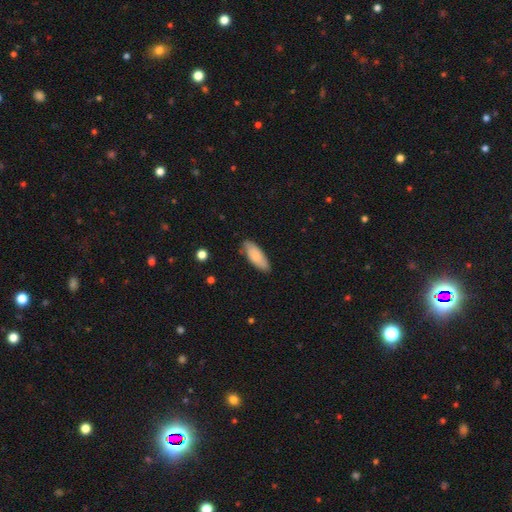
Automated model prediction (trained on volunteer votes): A smooth galaxy with no disk features (80%) that is in between round and cigar-shaped (74%).

Vote fractions:
- Smooth or featured? smooth: 80% / featured or disk: 14% / star or artifact: 6%
- How rounded? in between: 74% / cigar-shaped: 24% / round: 2%
- Merging? none: 78% / minor disturbance: 18% / major disturbance: 3% / merger: 1%